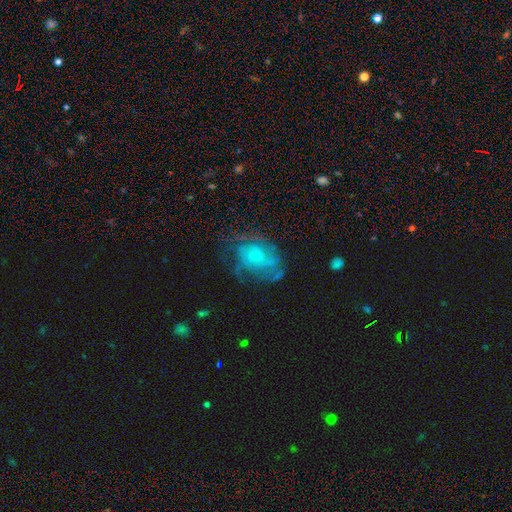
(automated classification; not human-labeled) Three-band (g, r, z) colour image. It shows a featured or disk galaxy (63%) with no bar (77%), spiral arms (78%) and a small central bulge (54%). Merging: none (56%).